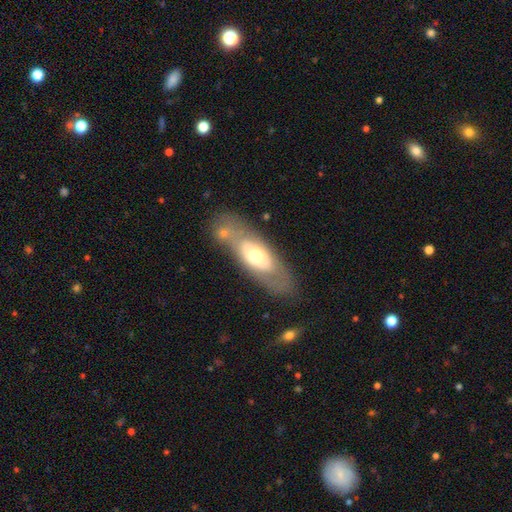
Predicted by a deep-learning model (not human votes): The model was most divided on "smooth or featured": featured or disk: 50%, smooth: 44%, star or artifact: 6%. More confident: merging — none (62%).